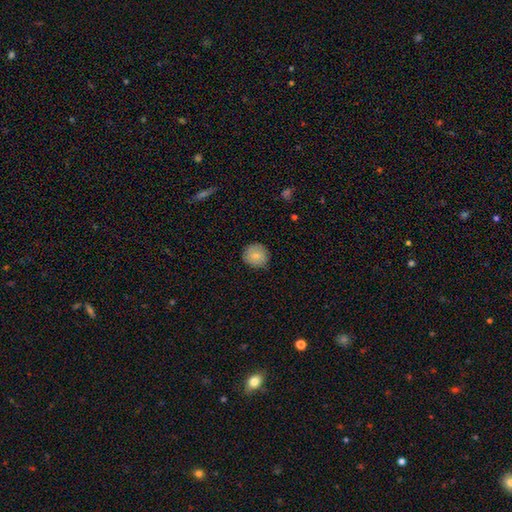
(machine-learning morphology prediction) Smooth or featured?
  - smooth: 82% *
  - featured or disk: 11%
  - star or artifact: 8%
How rounded?
  - round: 91% *
  - in between: 8%
  - cigar-shaped: 1%
Merging?
  - none: 85% *
  - minor disturbance: 11%
  - major disturbance: 2%
  - merger: 1%